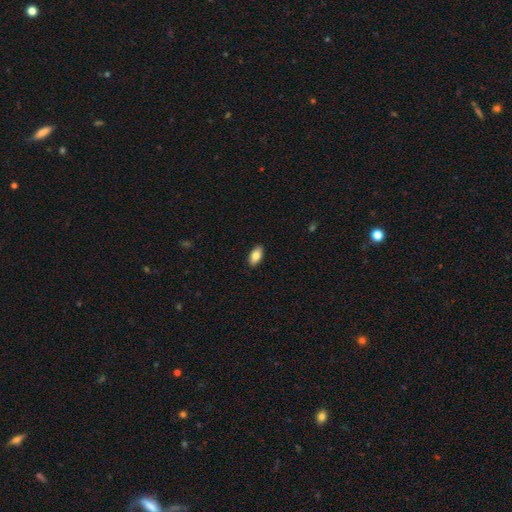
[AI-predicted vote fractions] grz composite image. It shows a smooth galaxy with no disk features (82%) that is in between round and cigar-shaped (93%). Merging: none (90%).